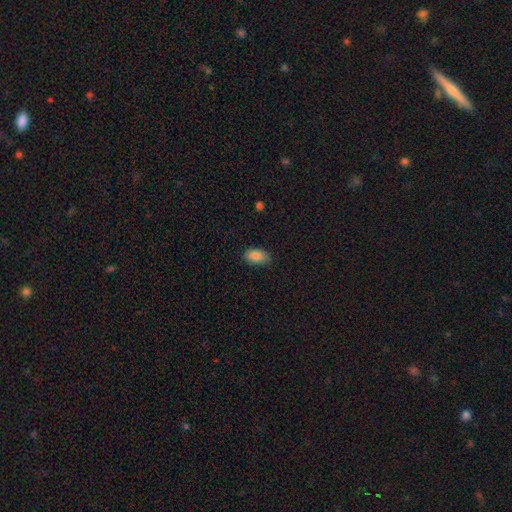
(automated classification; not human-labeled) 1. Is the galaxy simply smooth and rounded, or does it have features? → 85% smooth, 8% star or artifact, 7% featured or disk.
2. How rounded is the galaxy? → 92% in between, 6% round, 2% cigar-shaped.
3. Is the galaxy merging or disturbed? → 81% none, 15% minor disturbance, 3% major disturbance, 1% merger.